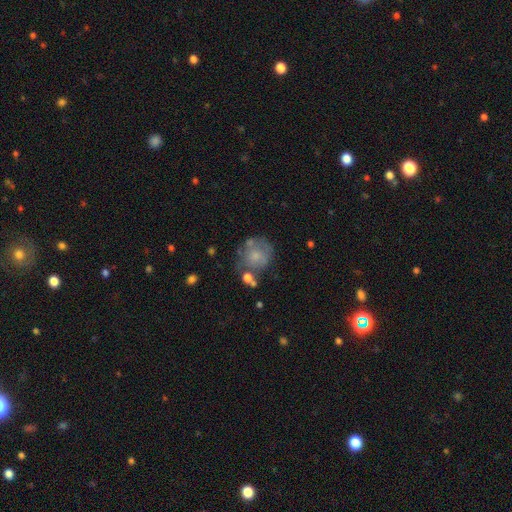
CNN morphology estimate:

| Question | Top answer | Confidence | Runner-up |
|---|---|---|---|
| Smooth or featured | smooth | 58% | featured or disk (32%) |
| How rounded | round | 79% | in between (20%) |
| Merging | none | 49% | minor disturbance (23%) |